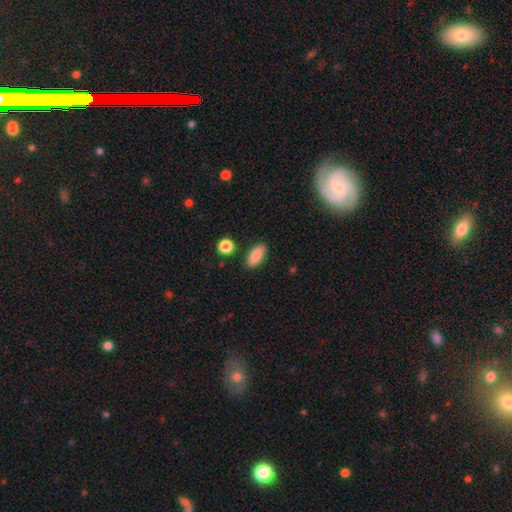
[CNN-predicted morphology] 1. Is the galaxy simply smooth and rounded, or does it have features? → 86% smooth, 7% star or artifact, 7% featured or disk.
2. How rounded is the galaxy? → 84% in between, 12% cigar-shaped, 4% round.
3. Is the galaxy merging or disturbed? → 86% none, 9% minor disturbance, 3% merger, 2% major disturbance.